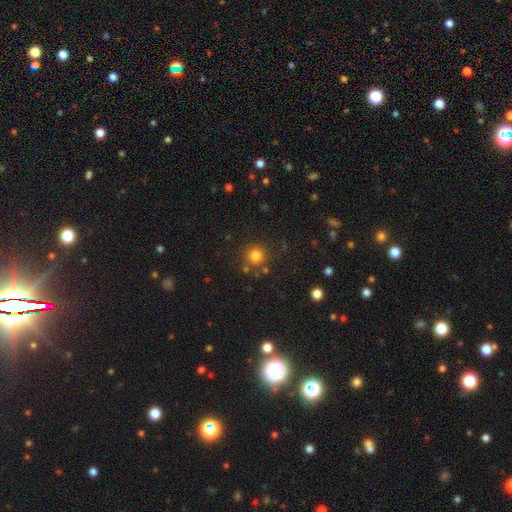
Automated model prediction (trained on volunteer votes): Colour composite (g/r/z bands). It shows a smooth galaxy with no disk features (80%) that is round (93%). Merging: none (82%).